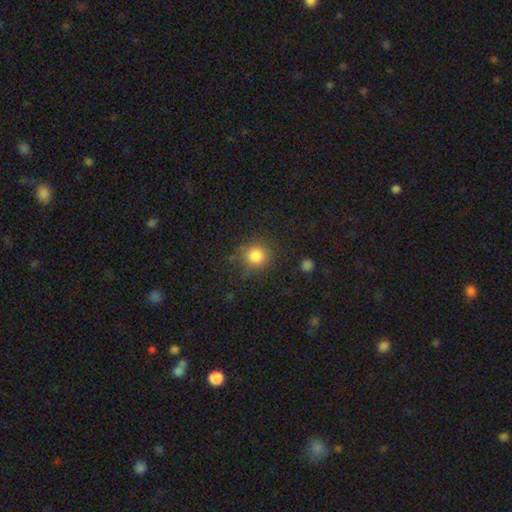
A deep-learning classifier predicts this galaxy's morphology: smooth-or-featured: smooth: 83% | star or artifact: 12% | featured or disk: 5%
  how-rounded: round: 90% | in between: 9% | cigar-shaped: 1%
  merging: none: 81% | minor disturbance: 12% | major disturbance: 4% | merger: 2%